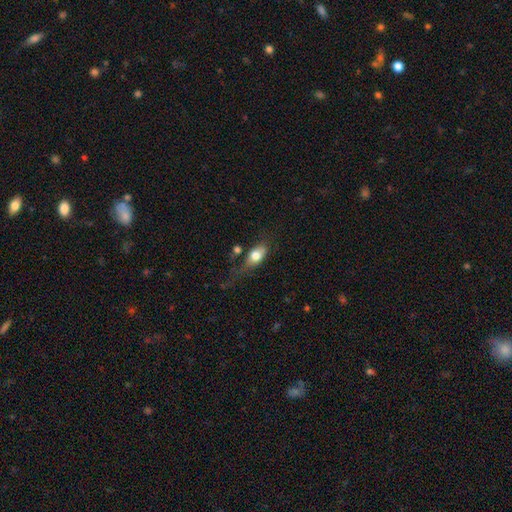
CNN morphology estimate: smooth-or-featured: smooth: 73% | featured or disk: 20% | star or artifact: 7%
  how-rounded: in between: 81% | round: 10% | cigar-shaped: 9%
  merging: none: 40% | minor disturbance: 26% | major disturbance: 24% | merger: 10%